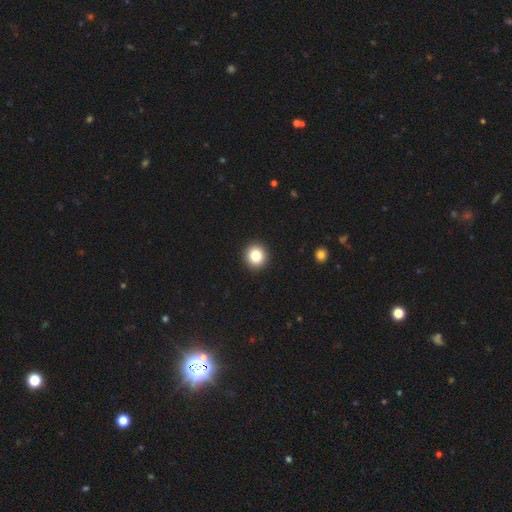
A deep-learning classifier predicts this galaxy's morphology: This appears to be a smooth galaxy with no disk features (83%) that is round (90%). Merging: none (93%).